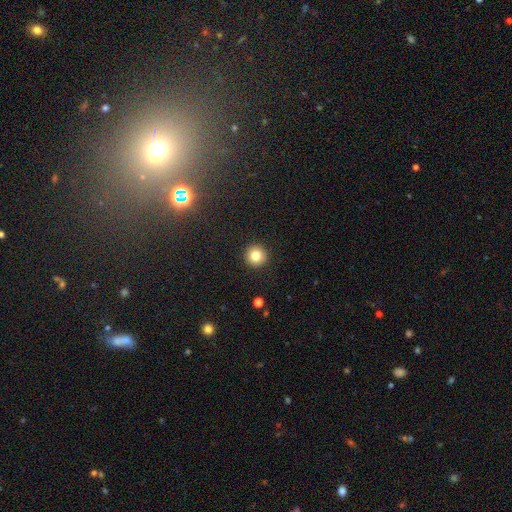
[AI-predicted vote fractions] Smooth or featured: smooth — 82% (star or artifact — 11%)
How rounded: round — 95% (in between — 4%)
Merging: none — 93% (minor disturbance — 4%)